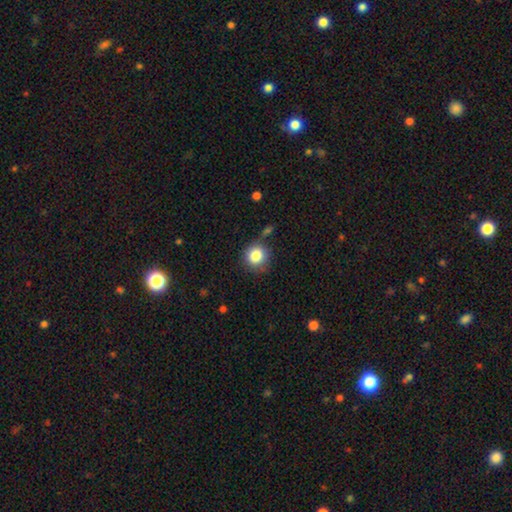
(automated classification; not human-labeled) This appears to be a smooth galaxy with no disk features (83%) that is round (90%). Merging: none (75%).